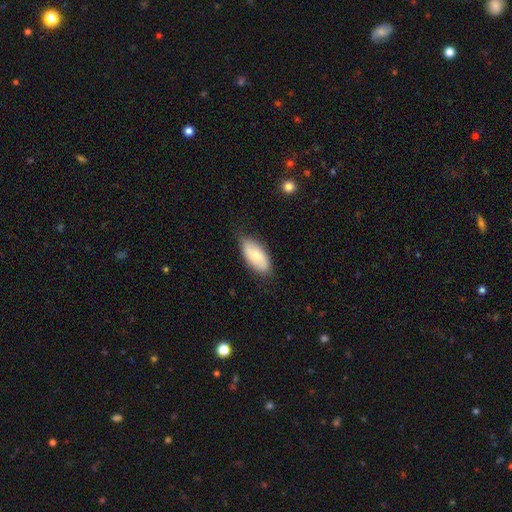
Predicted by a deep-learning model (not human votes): Morphology: type=smooth (71%); roundness=in between (92%); merging=none (79%).